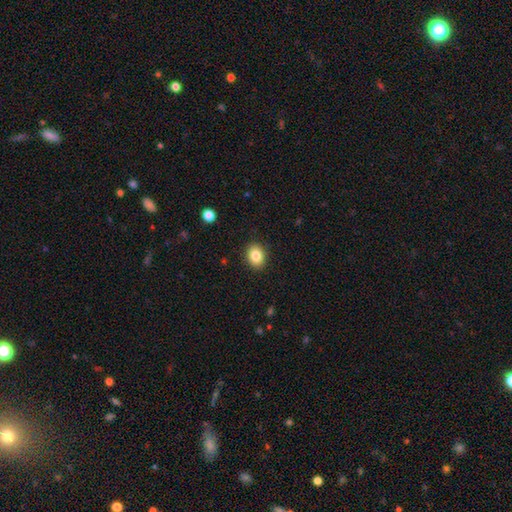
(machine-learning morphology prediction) A smooth galaxy with no disk features (85%) that is in between round and cigar-shaped (56%).

Vote fractions:
- Smooth or featured? smooth: 85% / star or artifact: 9% / featured or disk: 7%
- How rounded? in between: 56% / round: 43% / cigar-shaped: 1%
- Merging? none: 89% / minor disturbance: 8% / major disturbance: 2% / merger: 1%